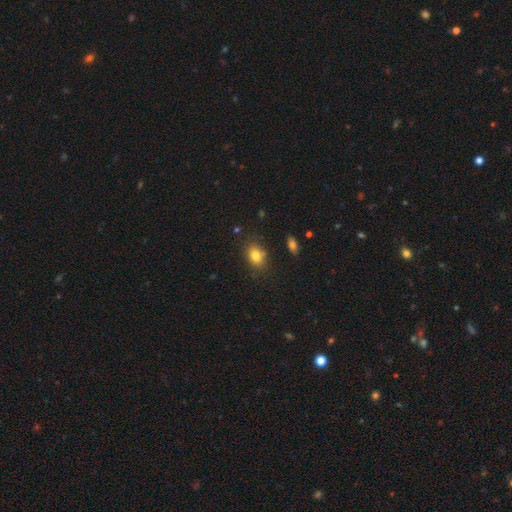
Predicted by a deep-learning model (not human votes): Smooth or featured: smooth — 81% (star or artifact — 10%)
How rounded: in between — 72% (round — 27%)
Merging: none — 77% (minor disturbance — 15%)